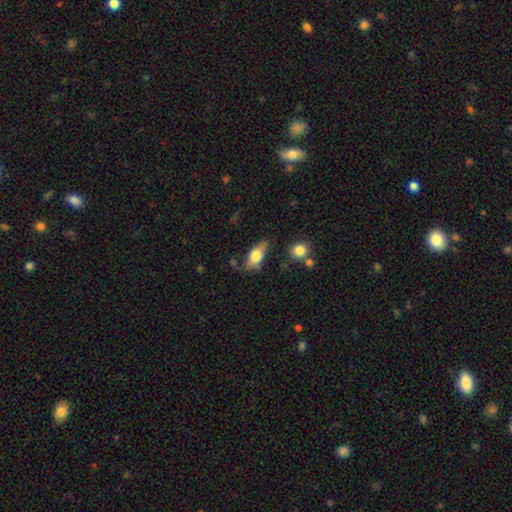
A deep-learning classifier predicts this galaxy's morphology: The model was most divided on "merging": none: 63%, minor disturbance: 24%, major disturbance: 8%, merger: 5%. More confident: how rounded — in between (81%); smooth or featured — smooth (67%).